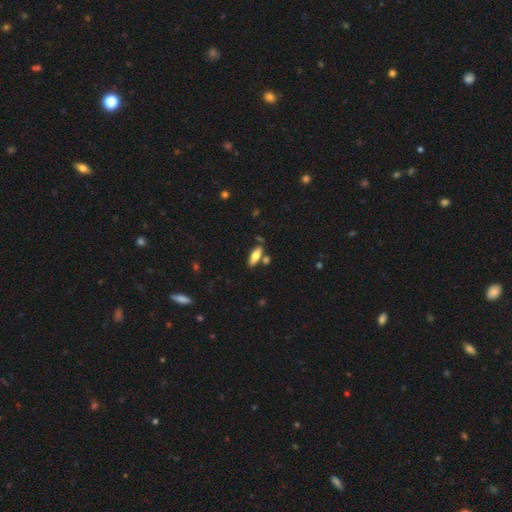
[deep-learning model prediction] This appears to be a smooth galaxy with no disk features (71%) that is in between round and cigar-shaped (69%). Merging: none (72%).